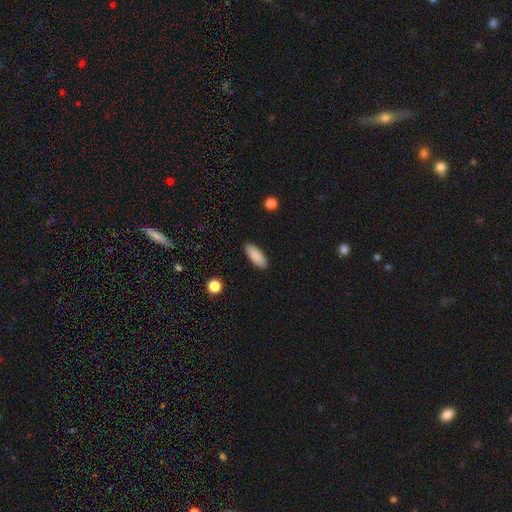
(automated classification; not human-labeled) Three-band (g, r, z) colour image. It shows a smooth galaxy with no disk features (89%) that is in between round and cigar-shaped (71%). Merging: none (90%).